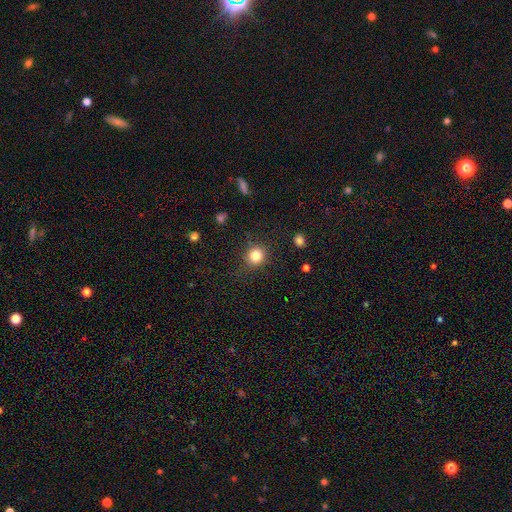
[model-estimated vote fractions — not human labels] A smooth galaxy with no disk features (82%) that is round (86%).

Vote fractions:
- Smooth or featured? smooth: 82% / star or artifact: 12% / featured or disk: 6%
- How rounded? round: 86% / in between: 13% / cigar-shaped: 1%
- Merging? none: 83% / minor disturbance: 11% / major disturbance: 4% / merger: 2%